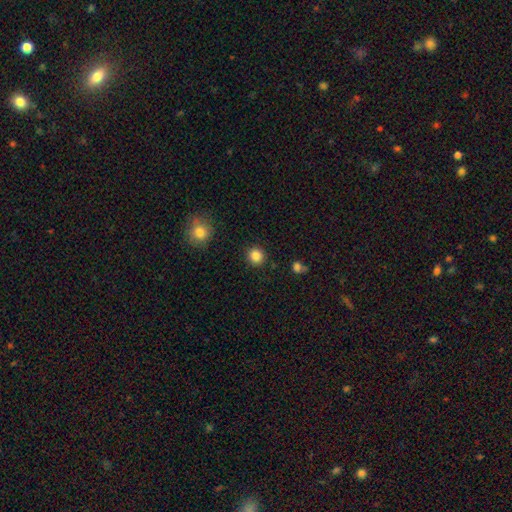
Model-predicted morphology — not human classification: smooth 85%, star or artifact 11%, featured or disk 3%. Down the decision tree: how rounded — round (91%); merging — none (90%).